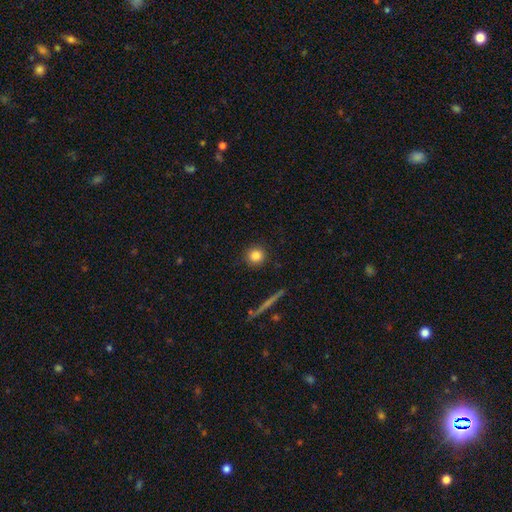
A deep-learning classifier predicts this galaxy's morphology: Overall: smooth (83%). How rounded: round (93%). Merging: none (89%).